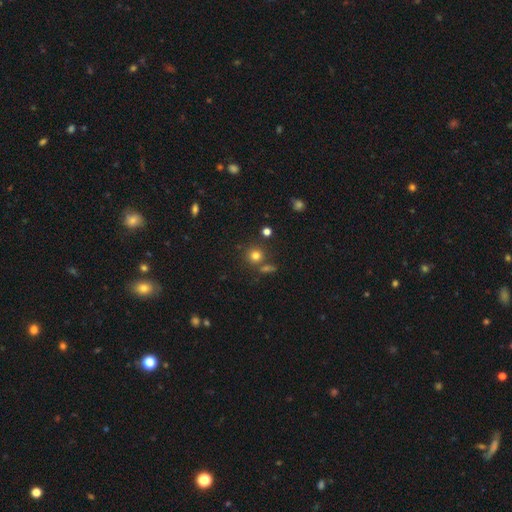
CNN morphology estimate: smooth_or_featured: smooth (p=0.76) [alt: star or artifact p=0.16]
how_rounded: round (p=0.90) [alt: in between p=0.09]
merging: none (p=0.74) [alt: merger p=0.13]